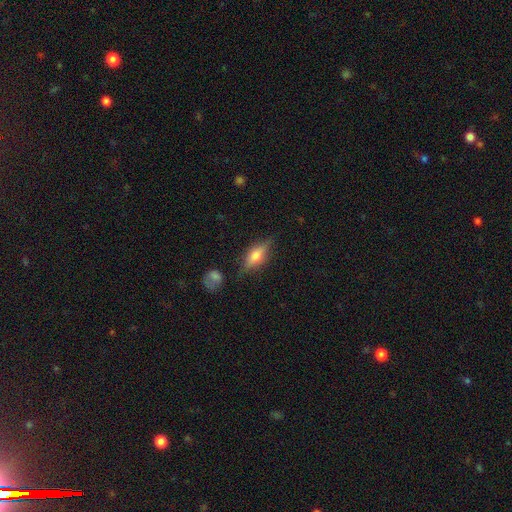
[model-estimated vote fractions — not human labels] This is possibly a featured or disk galaxy (50%). Merging: likely none (77%).